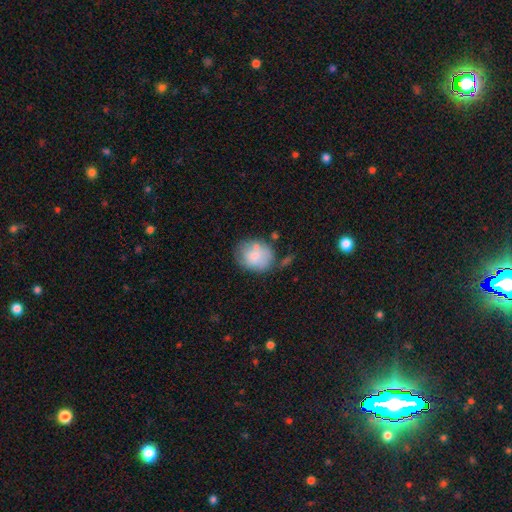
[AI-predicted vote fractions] Smooth or featured: smooth — 75% (featured or disk — 17%)
How rounded: round — 57% (in between — 42%)
Merging: none — 53% (minor disturbance — 25%)